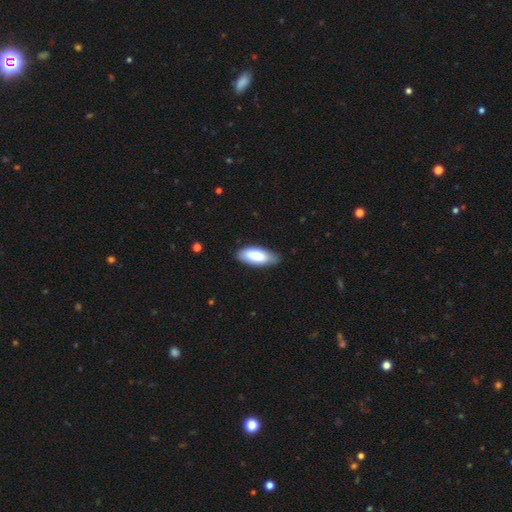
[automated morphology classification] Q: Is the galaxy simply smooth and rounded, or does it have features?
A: smooth — 85%.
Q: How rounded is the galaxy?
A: in between — 83%.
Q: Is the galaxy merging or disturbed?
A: none — 77%.